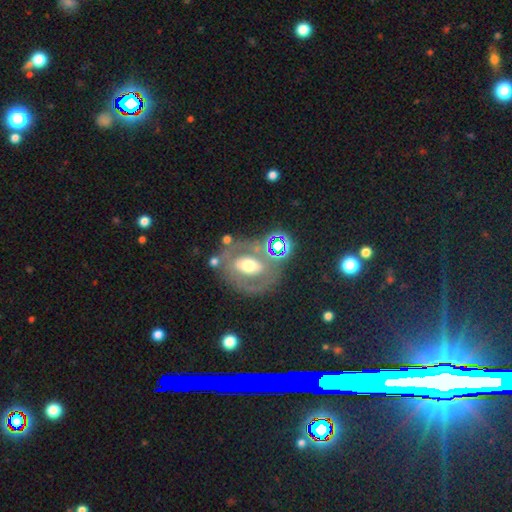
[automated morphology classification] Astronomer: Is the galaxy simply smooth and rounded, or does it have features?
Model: featured or disk — 47% (runner-up: smooth, 28%).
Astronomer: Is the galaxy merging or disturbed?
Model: none — 65%.